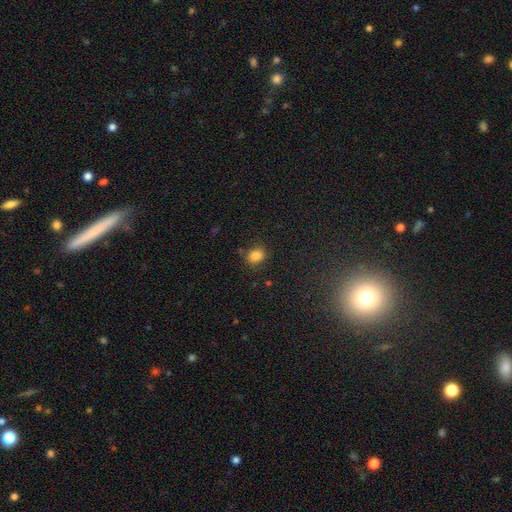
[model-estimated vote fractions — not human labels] smooth-or-featured: smooth: 84% | star or artifact: 12% | featured or disk: 4%
  how-rounded: round: 59% | in between: 40% | cigar-shaped: 1%
  merging: none: 79% | minor disturbance: 14% | major disturbance: 4% | merger: 3%